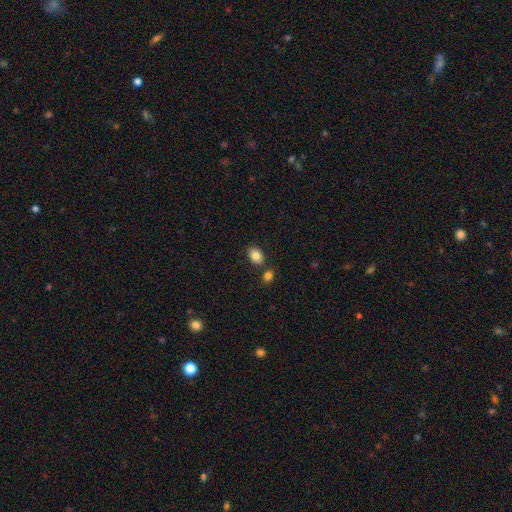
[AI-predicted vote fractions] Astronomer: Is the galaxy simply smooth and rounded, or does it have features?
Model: smooth — 85%.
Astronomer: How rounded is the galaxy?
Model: in between — 78%.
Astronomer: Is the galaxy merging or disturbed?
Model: none — 76%.